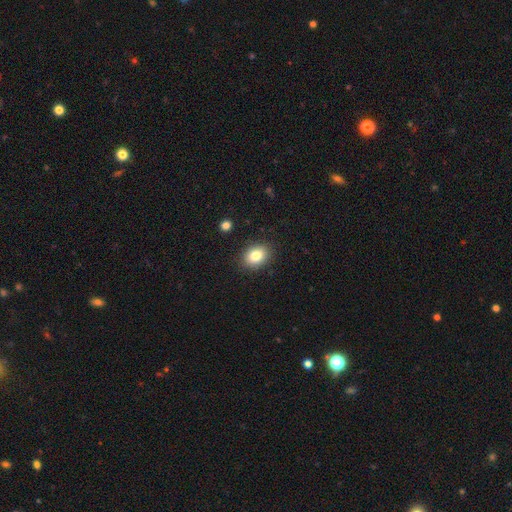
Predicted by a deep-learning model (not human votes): This is clearly a smooth galaxy (82%). How rounded: likely in between (64%). Merging: clearly none (88%).